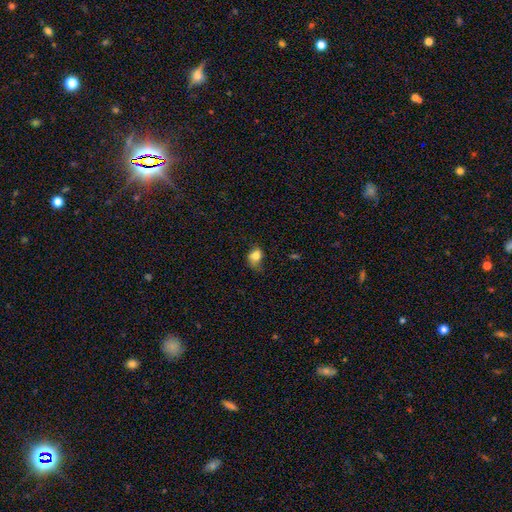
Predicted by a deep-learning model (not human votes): Smooth or featured? smooth (79%)
How rounded? in between (64%)
Merging? minor disturbance (38%)